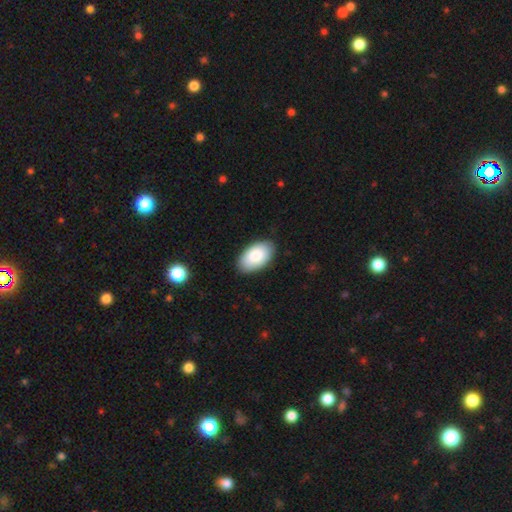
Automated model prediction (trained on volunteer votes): Q: Smooth or featured?
A: smooth (84%); runner-up: featured or disk (10%)
Q: How rounded?
A: in between (95%); runner-up: round (3%)
Q: Merging?
A: none (88%); runner-up: minor disturbance (9%)